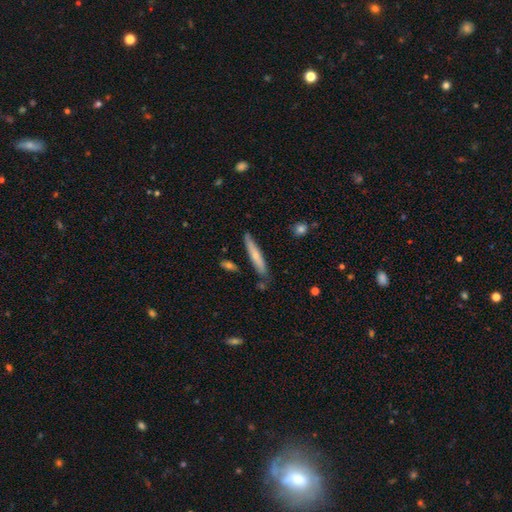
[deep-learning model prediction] smooth 63%, featured or disk 31%, star or artifact 6%. Down the decision tree: how rounded — cigar-shaped (92%); merging — none (81%).